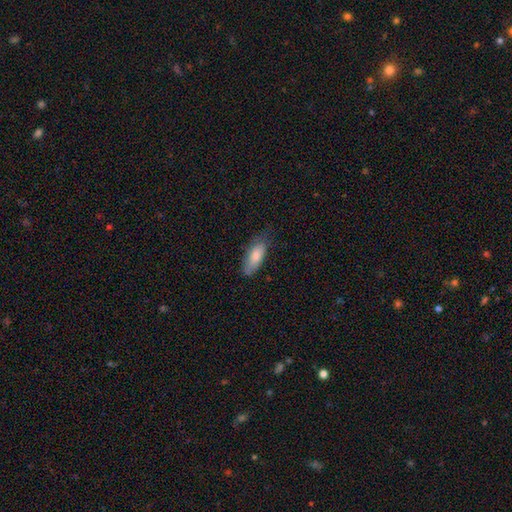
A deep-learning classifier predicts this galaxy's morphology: A smooth galaxy with no disk features (77%) that is in between round and cigar-shaped (78%). Merging: none (64%).